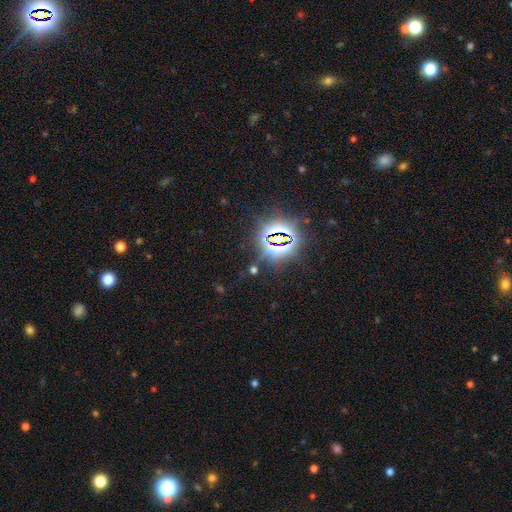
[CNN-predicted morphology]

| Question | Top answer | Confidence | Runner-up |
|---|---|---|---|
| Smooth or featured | star or artifact | 84% | smooth (10%) |